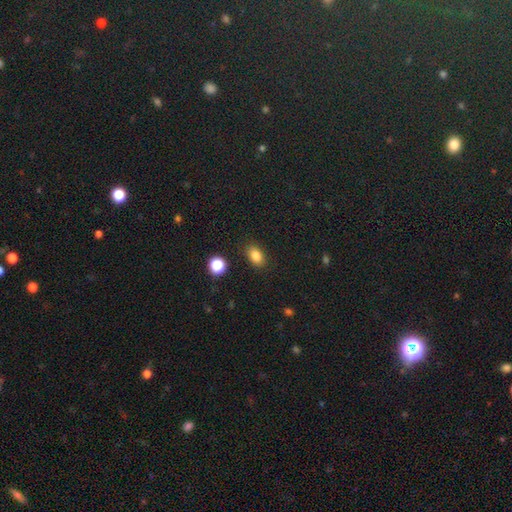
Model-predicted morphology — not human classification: Overall: smooth (83%). How rounded: in between (82%). Merging: none (87%).